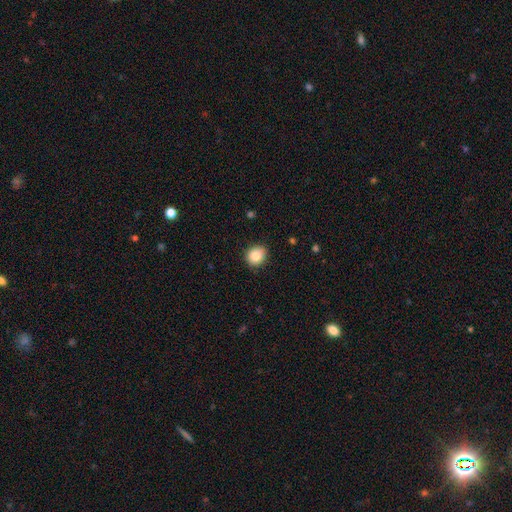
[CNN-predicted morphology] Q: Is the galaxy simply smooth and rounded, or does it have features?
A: smooth — 87%.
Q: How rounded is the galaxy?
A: round — 76%.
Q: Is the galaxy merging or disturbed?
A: none — 84%.